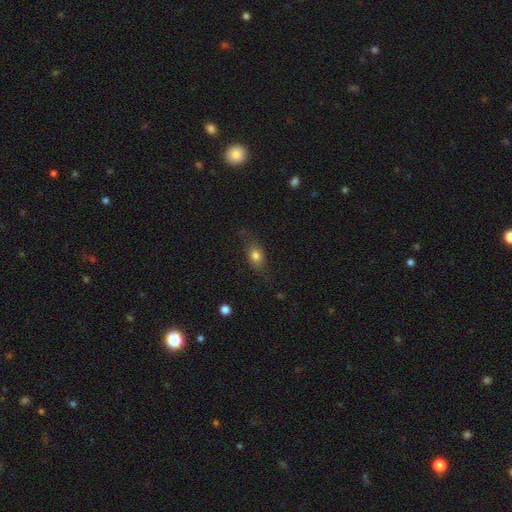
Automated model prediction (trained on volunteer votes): Q: Smooth or featured?
A: smooth (75%); runner-up: featured or disk (15%)
Q: How rounded?
A: in between (68%); runner-up: round (25%)
Q: Merging?
A: none (70%); runner-up: minor disturbance (21%)